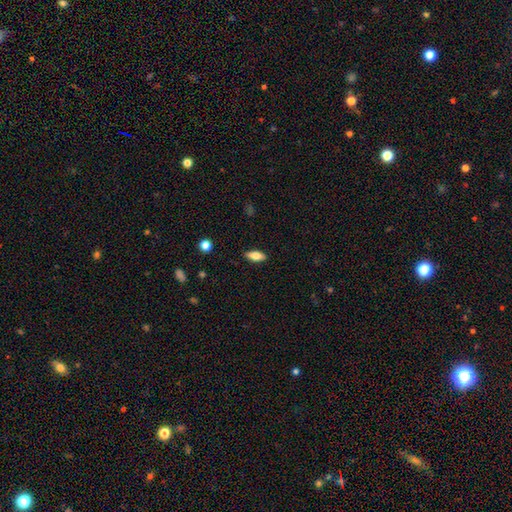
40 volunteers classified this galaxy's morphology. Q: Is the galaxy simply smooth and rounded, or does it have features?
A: smooth — 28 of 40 (70%).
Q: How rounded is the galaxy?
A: in between — 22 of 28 (79%).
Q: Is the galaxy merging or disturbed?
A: none — 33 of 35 (94%).